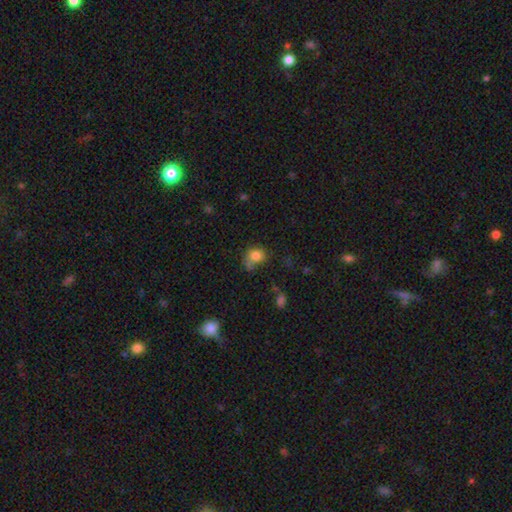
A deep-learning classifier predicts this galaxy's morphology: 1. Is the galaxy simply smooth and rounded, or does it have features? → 80% smooth, 11% star or artifact, 9% featured or disk.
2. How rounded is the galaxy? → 62% round, 37% in between, 1% cigar-shaped.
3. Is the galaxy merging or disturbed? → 45% none, 27% minor disturbance, 16% major disturbance, 12% merger.